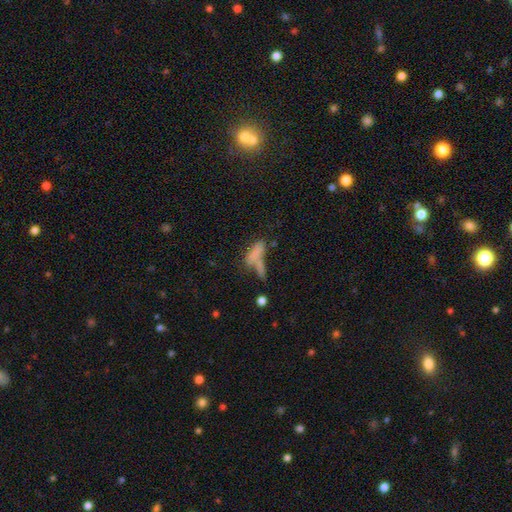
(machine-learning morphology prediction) A smooth galaxy with no disk features (69%) that is in between round and cigar-shaped (49%). Merging: merger (41%).